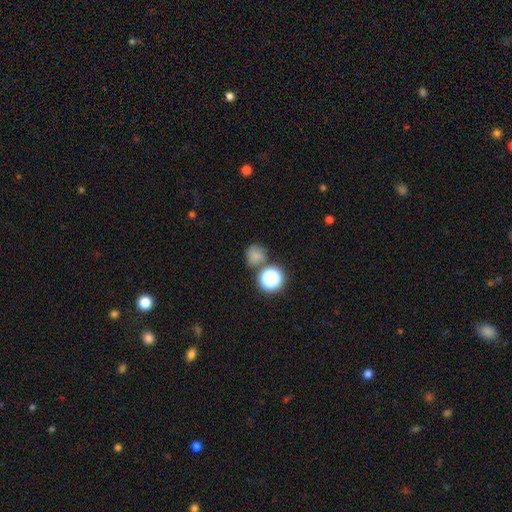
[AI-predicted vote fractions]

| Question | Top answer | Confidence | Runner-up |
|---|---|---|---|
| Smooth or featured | smooth | 72% | star or artifact (20%) |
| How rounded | round | 84% | in between (15%) |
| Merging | none | 64% | merger (17%) |